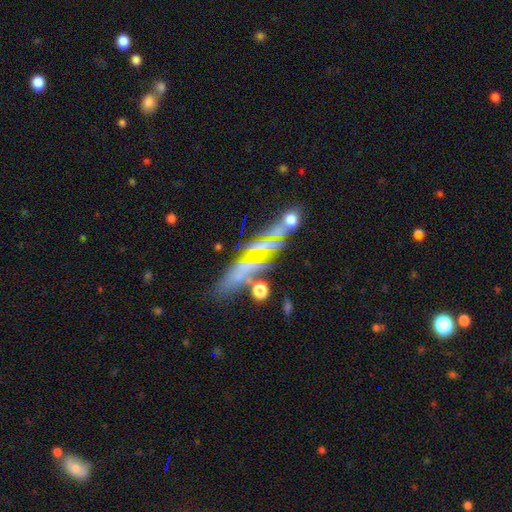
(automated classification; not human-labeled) This appears to be a featured or disk galaxy (46%). Merging: none (52%).